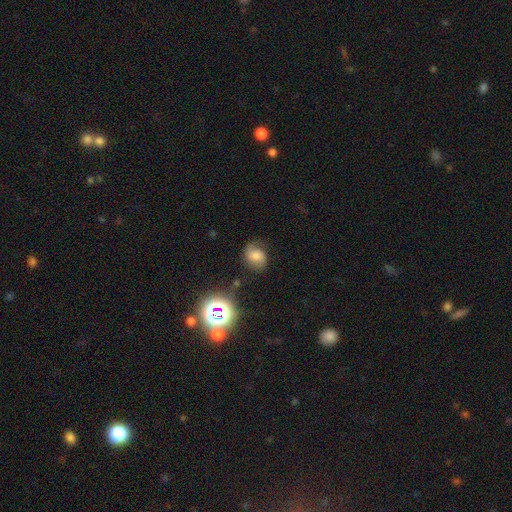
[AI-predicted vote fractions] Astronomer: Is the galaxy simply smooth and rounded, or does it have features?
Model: featured or disk — 44% (runner-up: smooth, 40%).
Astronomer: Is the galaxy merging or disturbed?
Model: none — 69%.